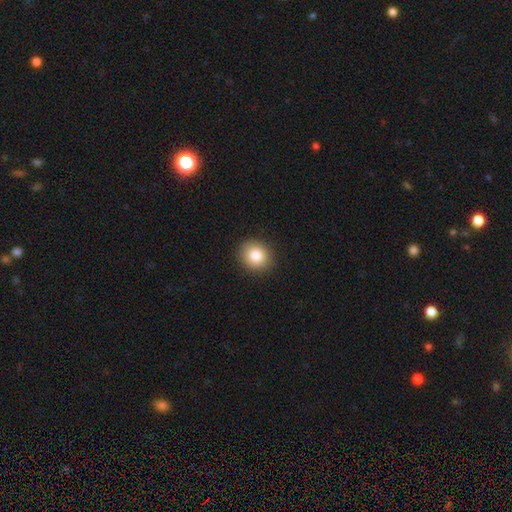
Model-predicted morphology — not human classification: This is clearly a smooth galaxy (84%). How rounded: clearly round (83%). Merging: clearly none (91%).